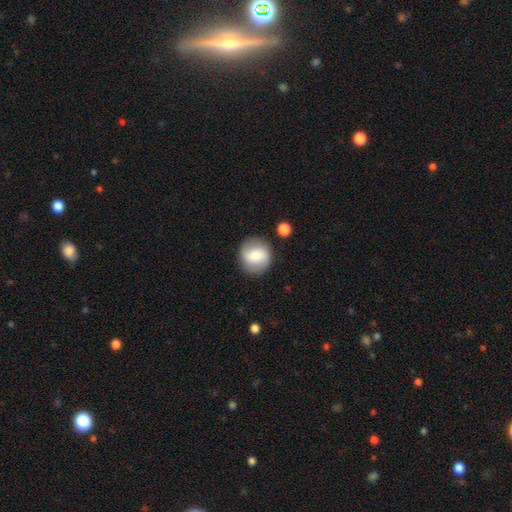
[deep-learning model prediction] Smooth or featured? smooth (68%)
How rounded? round (88%)
Merging? none (84%)